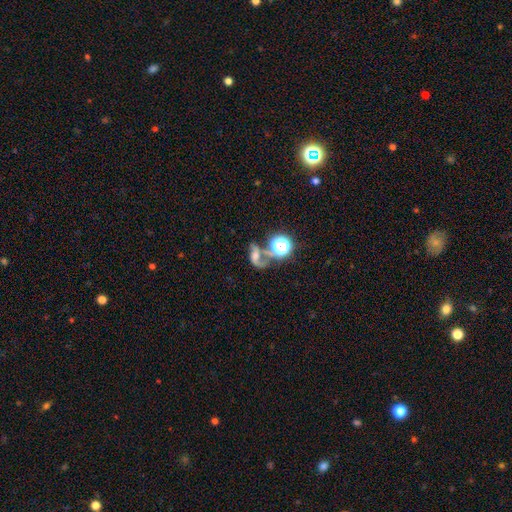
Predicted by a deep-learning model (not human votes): Smooth or featured?
  - featured or disk: 47% *
  - smooth: 31%
  - star or artifact: 22%
Merging?
  - merger: 40% *
  - none: 25%
  - major disturbance: 24%
  - minor disturbance: 12%